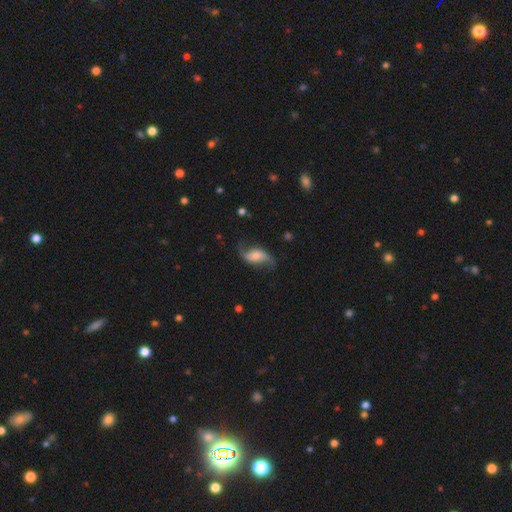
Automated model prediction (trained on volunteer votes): A featured or disk galaxy (74%) with no bar (49%), 2 (91%) loose (83%) spiral arms (93%) and a small central bulge (43%).

Vote fractions:
- Smooth or featured? featured or disk: 74% / smooth: 19% / star or artifact: 7%
- Edge-on disk? no: 95% / yes: 5%
- Bar? no: 49% / weak: 35% / strong: 16%
- Spiral arms? yes: 93% / no: 7%
- Spiral winding? loose: 83% / medium: 13% / tight: 4%
- Spiral arm count? 2: 91% / 1: 3% / can't tell: 3% / 3: 1% / 4: 1% / more than 4: 1%
- Bulge size? small: 43% / moderate: 36% / large: 9% / none: 9% / dominant: 3%
- Merging? none: 69% / minor disturbance: 19% / major disturbance: 10% / merger: 2%